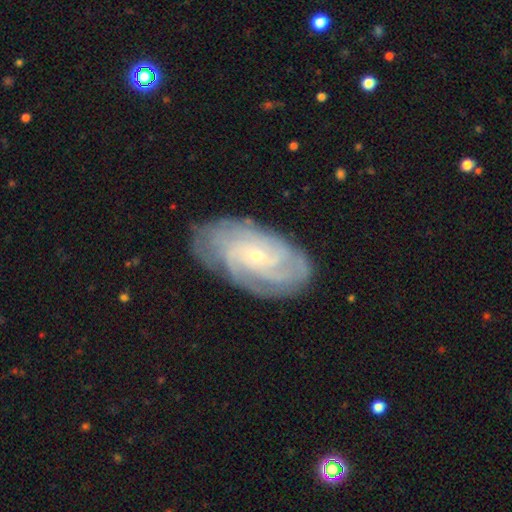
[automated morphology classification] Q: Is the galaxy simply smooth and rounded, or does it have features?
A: featured or disk — 83%.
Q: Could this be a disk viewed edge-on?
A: no — 95%.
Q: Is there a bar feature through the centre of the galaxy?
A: no — 70%.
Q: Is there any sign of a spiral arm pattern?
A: yes — 96%.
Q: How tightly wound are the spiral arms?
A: tight — 70%.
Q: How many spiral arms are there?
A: can't tell — 31%.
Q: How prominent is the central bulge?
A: small — 82%.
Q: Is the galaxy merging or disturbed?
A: none — 79%.